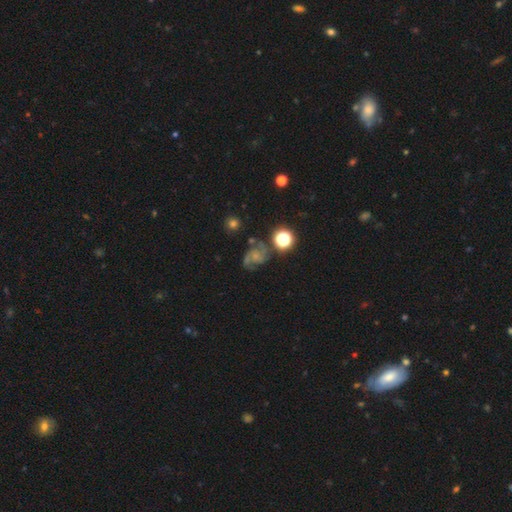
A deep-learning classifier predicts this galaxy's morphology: Smooth or featured? Predicted: featured or disk (p=0.67). Edge-on disk? Predicted: no (p=0.98). Bar? Predicted: no (p=0.64). Spiral arms? Predicted: yes (p=0.94). Spiral winding? Predicted: medium (p=0.53). Spiral arm count? Predicted: 2 (p=0.64). Bulge size? Predicted: small (p=0.52). Merging? Predicted: none (p=0.62).